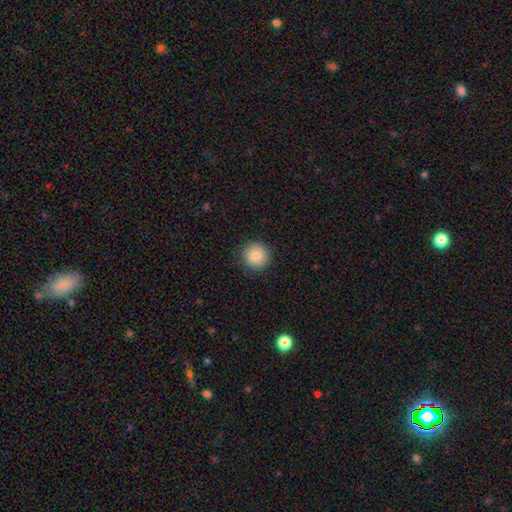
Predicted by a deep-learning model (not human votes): The model was most divided on "smooth or featured": smooth: 85%, star or artifact: 9%, featured or disk: 6%. More confident: how rounded — round (94%); merging — none (91%).